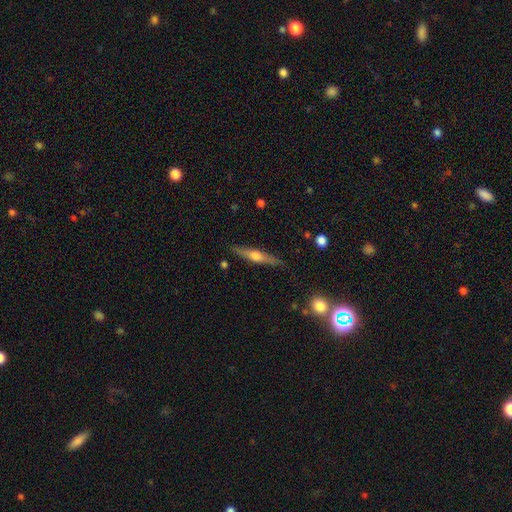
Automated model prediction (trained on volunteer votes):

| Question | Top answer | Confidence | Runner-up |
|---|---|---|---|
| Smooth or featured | featured or disk | 61% | smooth (33%) |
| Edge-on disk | yes | 95% | no (5%) |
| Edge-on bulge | rounded | 90% | boxy (6%) |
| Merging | none | 85% | minor disturbance (11%) |